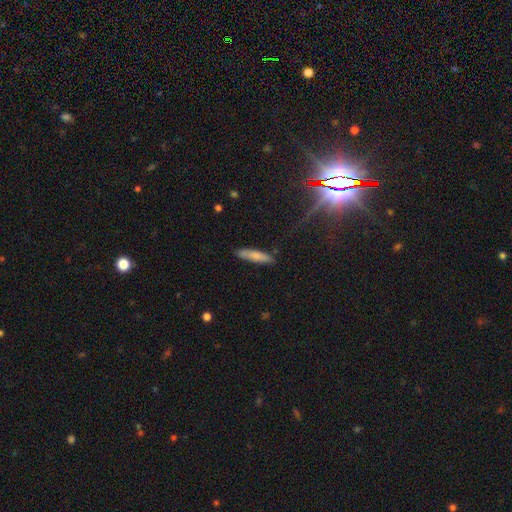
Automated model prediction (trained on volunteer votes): This is likely a smooth galaxy (76%). How rounded: likely cigar-shaped (79%). Merging: clearly none (84%).